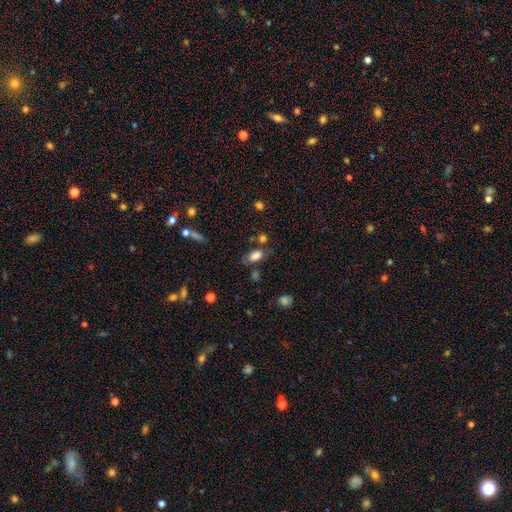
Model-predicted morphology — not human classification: smooth-or-featured: smooth: 79% | featured or disk: 11% | star or artifact: 10%
  how-rounded: in between: 89% | round: 6% | cigar-shaped: 5%
  merging: none: 64% | minor disturbance: 18% | merger: 11% | major disturbance: 7%